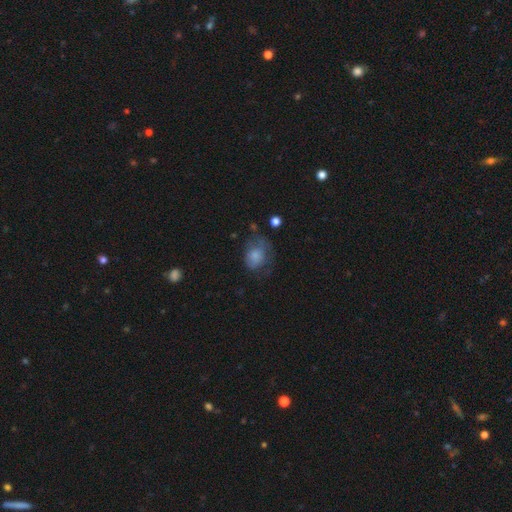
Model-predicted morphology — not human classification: Q: Smooth or featured?
A: smooth (69%); runner-up: featured or disk (21%)
Q: How rounded?
A: in between (59%); runner-up: round (40%)
Q: Merging?
A: none (36%); runner-up: minor disturbance (31%)